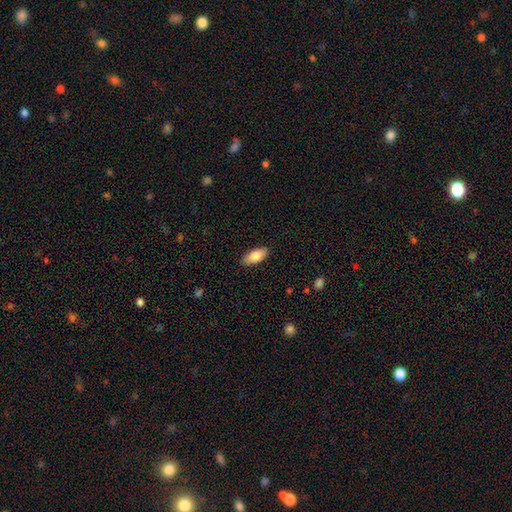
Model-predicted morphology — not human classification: This appears to be a smooth galaxy with no disk features (83%) that is in between round and cigar-shaped (86%). Merging: none (88%).